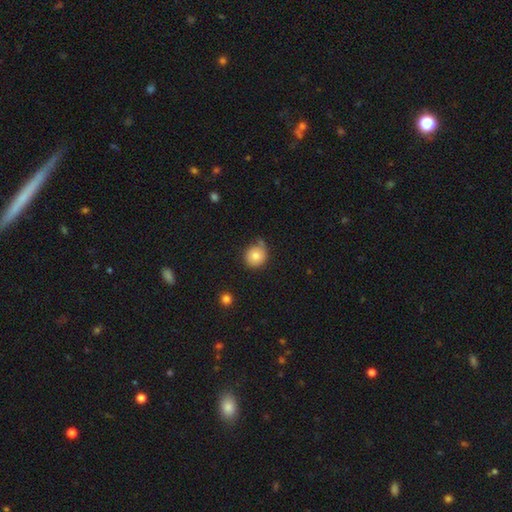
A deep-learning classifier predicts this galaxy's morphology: type=smooth (80%); roundness=round (86%); merging=none (62%).